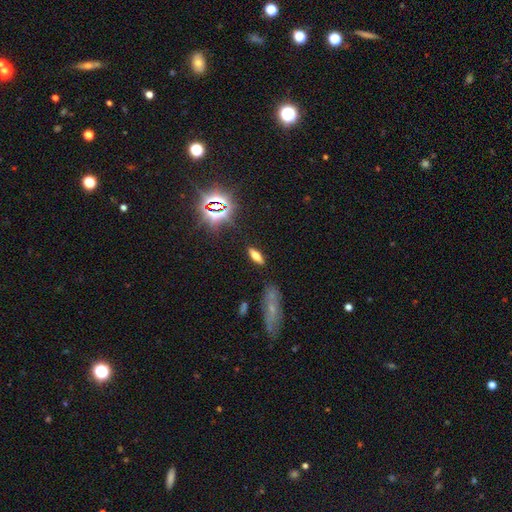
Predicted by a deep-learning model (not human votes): Morphology: type=smooth (59%); roundness=in between (56%); merging=none (86%).